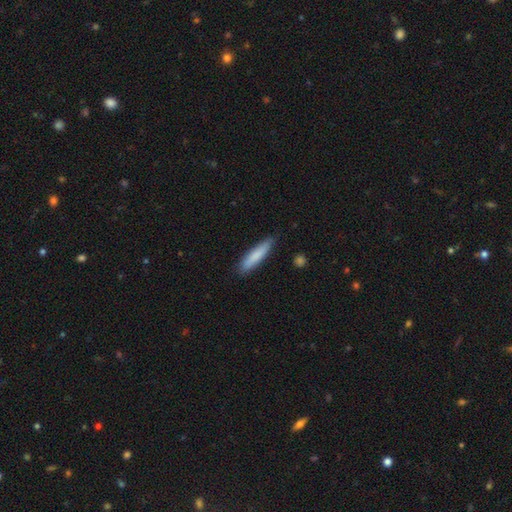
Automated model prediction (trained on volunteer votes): This appears to be a smooth galaxy with no disk features (82%) that is cigar-shaped (85%). Merging: none (85%).